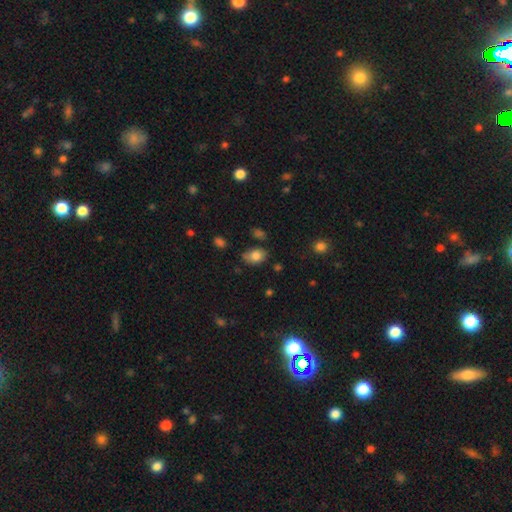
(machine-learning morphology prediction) Smooth or featured? Predicted: smooth (p=0.79). How rounded? Predicted: in between (p=0.82). Merging? Predicted: none (p=0.61).